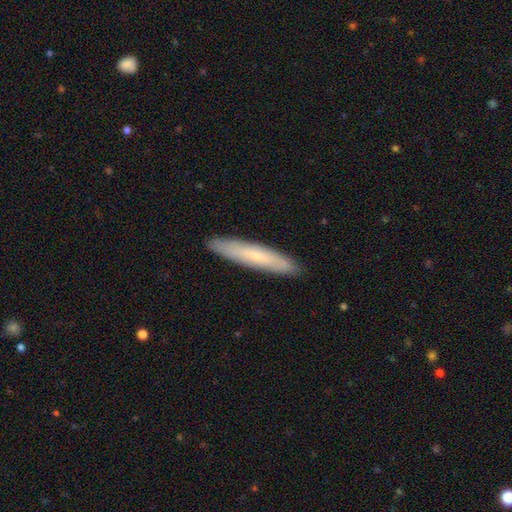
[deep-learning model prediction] Morphology: type=smooth (56%); roundness=cigar-shaped (91%); merging=none (91%).